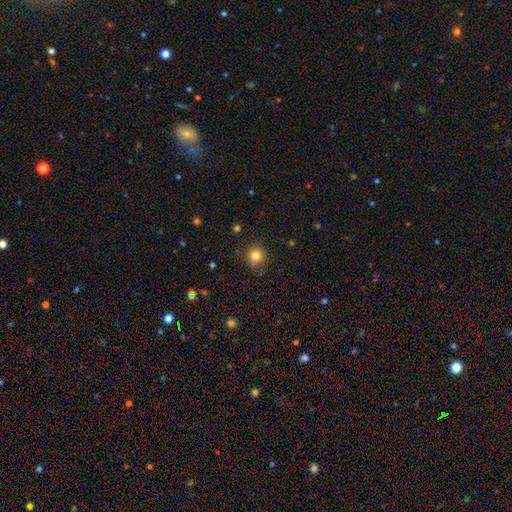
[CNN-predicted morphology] This appears to be a smooth galaxy with no disk features (83%) that is round (90%). Merging: none (86%).